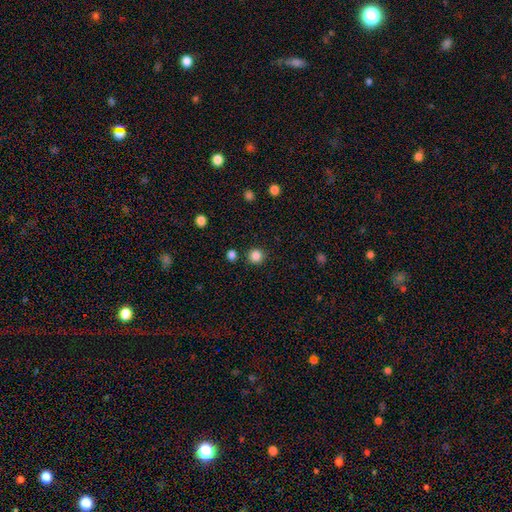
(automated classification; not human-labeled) Smooth or featured? Predicted: smooth (p=0.85). How rounded? Predicted: round (p=0.94). Merging? Predicted: none (p=0.89).